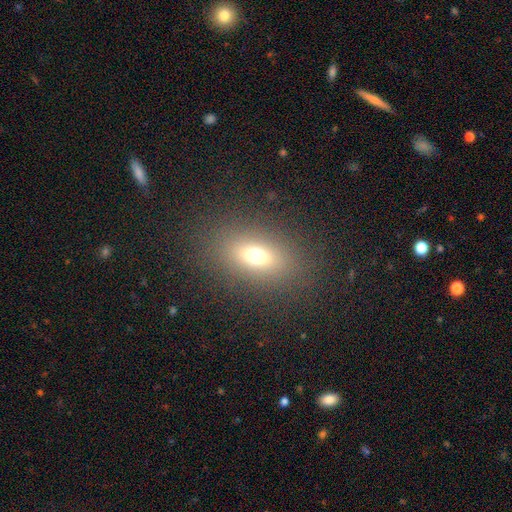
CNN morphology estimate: Overall: smooth (69%). How rounded: in between (77%). Merging: none (85%).